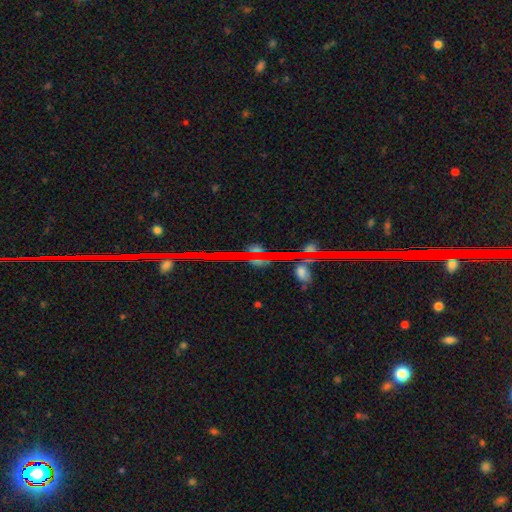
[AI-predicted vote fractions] star or artifact 82%, featured or disk 10%, smooth 8%.